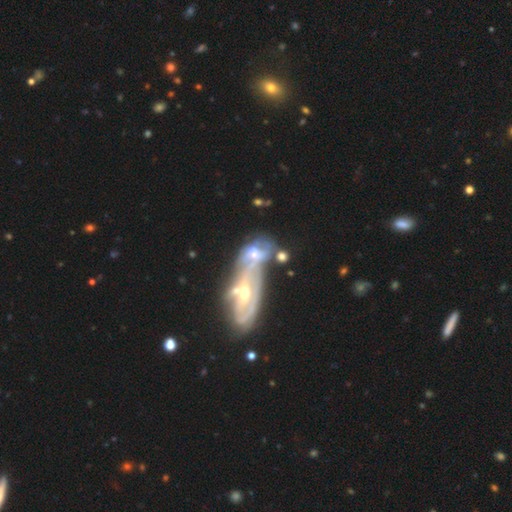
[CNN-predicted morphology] A featured or disk galaxy (65%) with no bar (69%), no spiral arms (51%) and a moderate central bulge (48%). Merging: merger (69%).